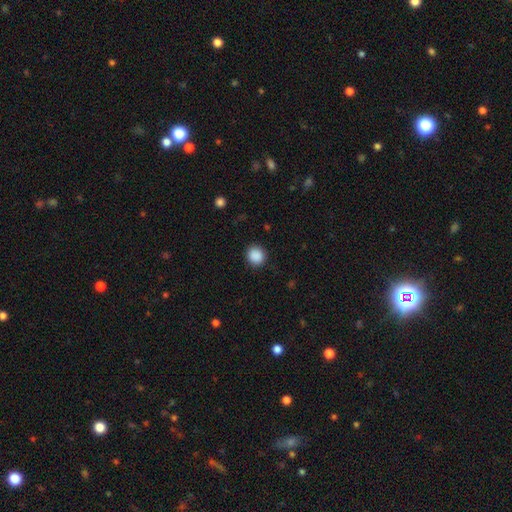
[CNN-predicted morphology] smooth_or_featured: smooth (p=0.89) [alt: star or artifact p=0.09]
how_rounded: round (p=0.88) [alt: in between p=0.11]
merging: none (p=0.90) [alt: minor disturbance p=0.06]